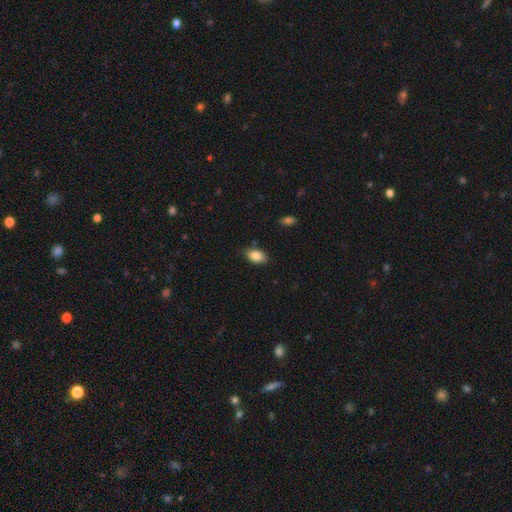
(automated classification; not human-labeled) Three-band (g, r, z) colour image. It shows a smooth galaxy with no disk features (85%) that is in between round and cigar-shaped (91%). Merging: none (78%).